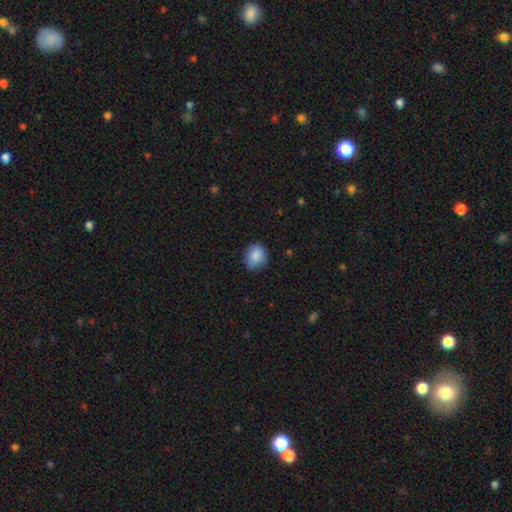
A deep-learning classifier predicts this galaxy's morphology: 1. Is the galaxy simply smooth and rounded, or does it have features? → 87% smooth, 8% star or artifact, 5% featured or disk.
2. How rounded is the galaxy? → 68% round, 31% in between, 1% cigar-shaped.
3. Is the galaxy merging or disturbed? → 80% none, 17% minor disturbance, 3% major disturbance, 1% merger.